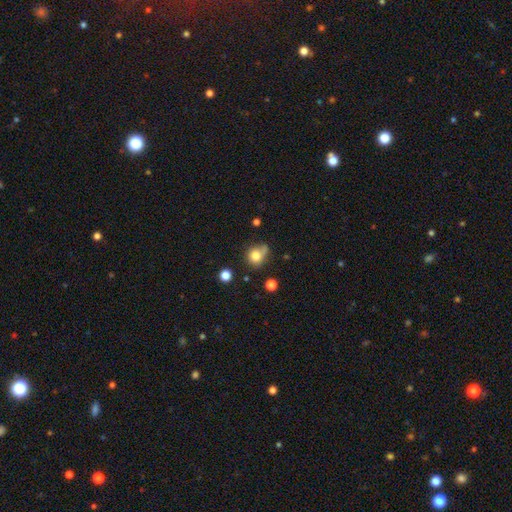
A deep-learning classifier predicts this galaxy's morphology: Smooth or featured: smooth — 79% (star or artifact — 12%)
How rounded: round — 82% (in between — 17%)
Merging: none — 54% (minor disturbance — 23%)